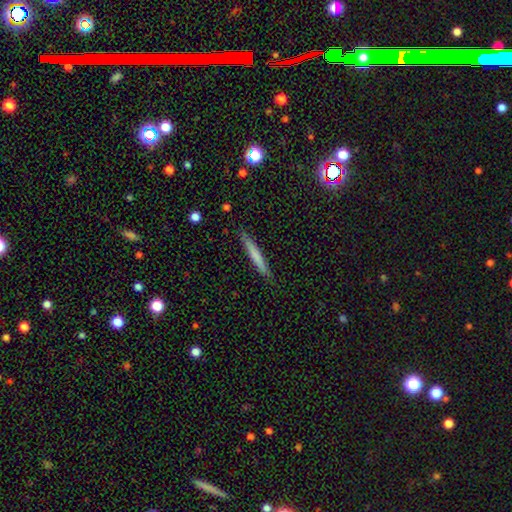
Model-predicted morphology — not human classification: Smooth or featured? Predicted: smooth (p=0.68). How rounded? Predicted: cigar-shaped (p=0.96). Merging? Predicted: none (p=0.89).